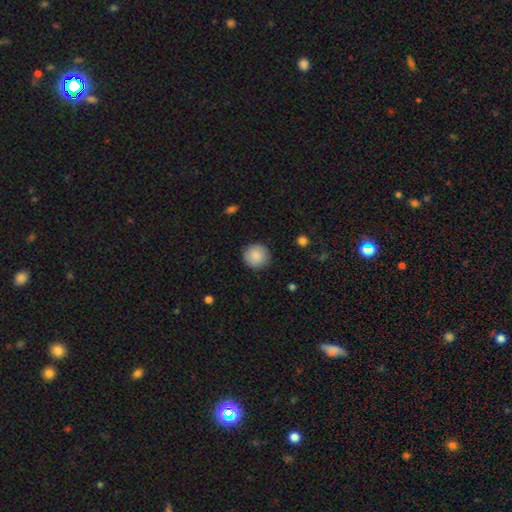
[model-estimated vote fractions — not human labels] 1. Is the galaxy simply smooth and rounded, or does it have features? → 86% smooth, 7% star or artifact, 6% featured or disk.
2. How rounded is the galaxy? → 94% round, 5% in between, 1% cigar-shaped.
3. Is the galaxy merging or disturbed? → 89% none, 8% minor disturbance, 2% major disturbance, 1% merger.